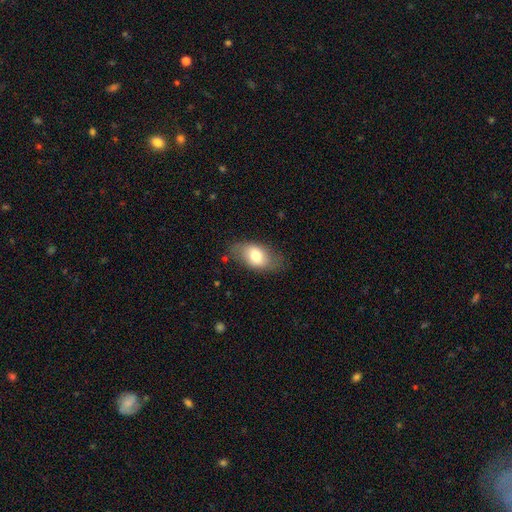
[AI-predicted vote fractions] A smooth galaxy with no disk features (70%) that is in between round and cigar-shaped (91%). Merging: none (73%).